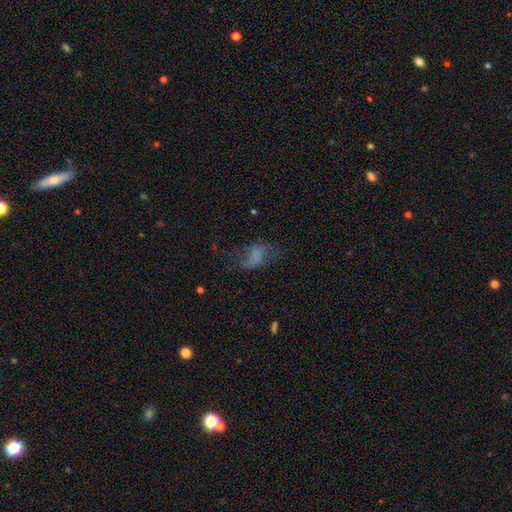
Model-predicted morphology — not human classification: smooth-or-featured: smooth: 44% | featured or disk: 42% | star or artifact: 14%
  merging: none: 43% | major disturbance: 31% | minor disturbance: 23% | merger: 3%